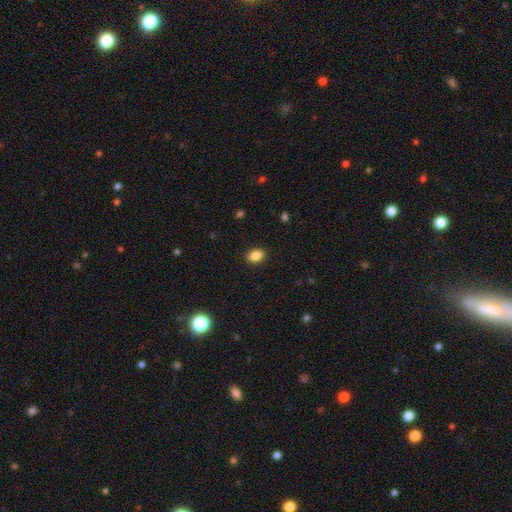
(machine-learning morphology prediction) smooth-or-featured: smooth: 87% | star or artifact: 9% | featured or disk: 4%
  how-rounded: in between: 75% | round: 23% | cigar-shaped: 1%
  merging: none: 90% | minor disturbance: 7% | major disturbance: 2% | merger: 1%